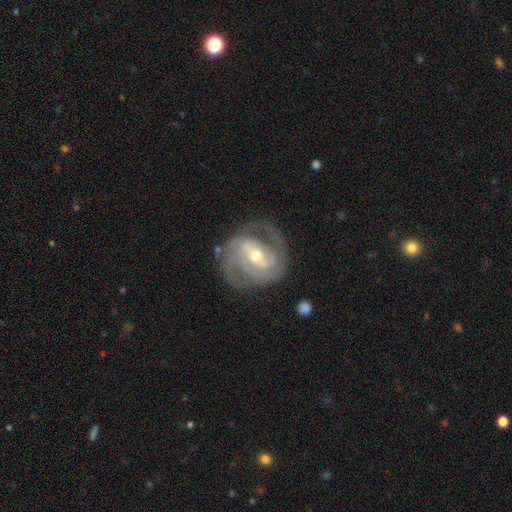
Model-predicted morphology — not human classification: Smooth or featured? featured or disk (89%)
Edge-on disk? no (97%)
Bar? weak (43%)
Spiral arms? yes (96%)
Spiral winding? tight (47%)
Spiral arm count? 2 (63%)
Bulge size? moderate (61%)
Merging? none (75%)